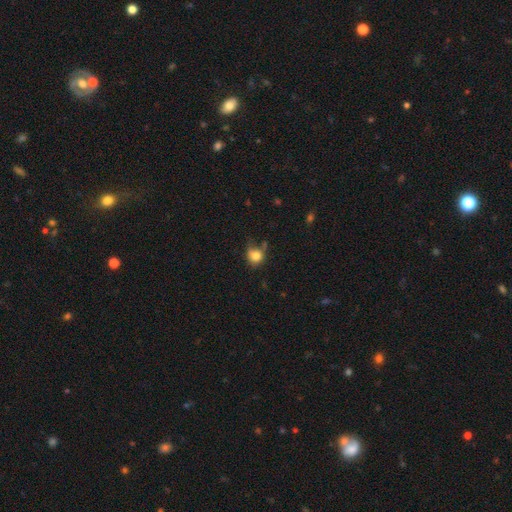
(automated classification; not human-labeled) Morphology: type=smooth (79%); roundness=round (77%); merging=none (49%).